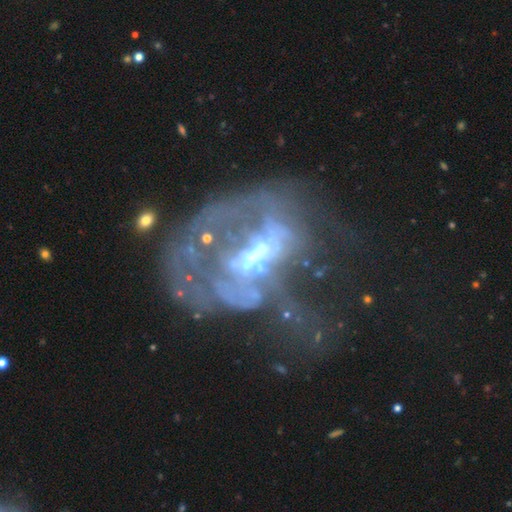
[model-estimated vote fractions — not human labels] smooth_or_featured: featured or disk (p=0.75) [alt: star or artifact p=0.14]
disk_edge_on: no (p=0.96) [alt: yes p=0.04]
bar: no (p=0.49) [alt: weak p=0.28]
has_spiral_arms: no (p=0.54) [alt: yes p=0.46]
bulge_size: moderate (p=0.44) [alt: small p=0.26]
merging: major disturbance (p=0.52) [alt: merger p=0.19]